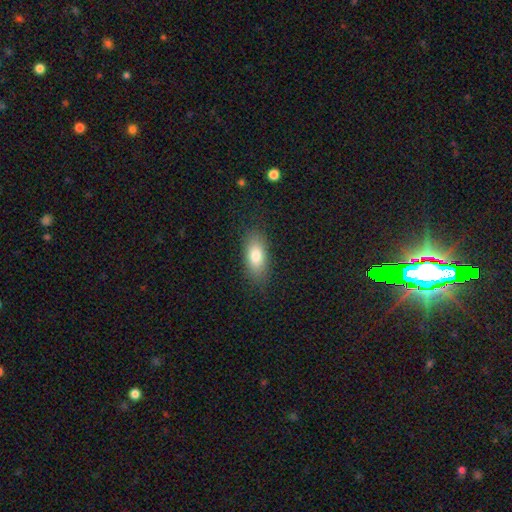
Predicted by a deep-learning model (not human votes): This is clearly a smooth galaxy (81%). How rounded: clearly in between (85%). Merging: clearly none (84%).